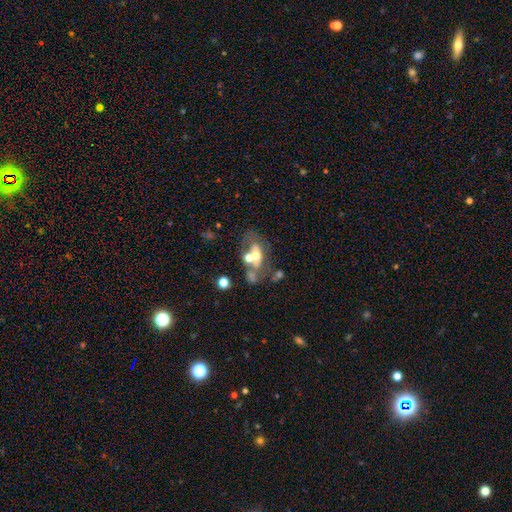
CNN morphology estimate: This appears to be a featured or disk galaxy (49%). Merging: merger (39%).